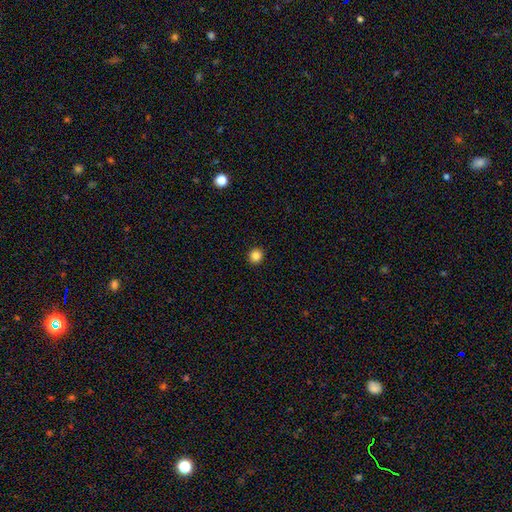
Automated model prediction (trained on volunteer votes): Smooth or featured? smooth (85%)
How rounded? round (91%)
Merging? none (93%)